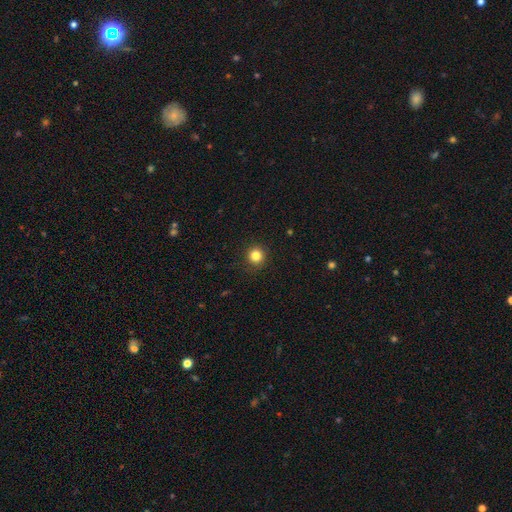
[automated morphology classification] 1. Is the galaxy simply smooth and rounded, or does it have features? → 84% smooth, 12% star or artifact, 4% featured or disk.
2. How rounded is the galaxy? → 94% round, 5% in between, 1% cigar-shaped.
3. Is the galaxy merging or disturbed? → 91% none, 6% minor disturbance, 2% major disturbance, 1% merger.